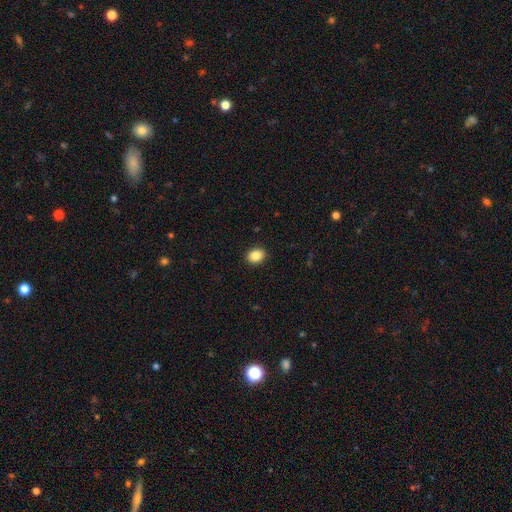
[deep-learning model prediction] Smooth or featured? smooth (87%)
How rounded? in between (60%)
Merging? none (91%)